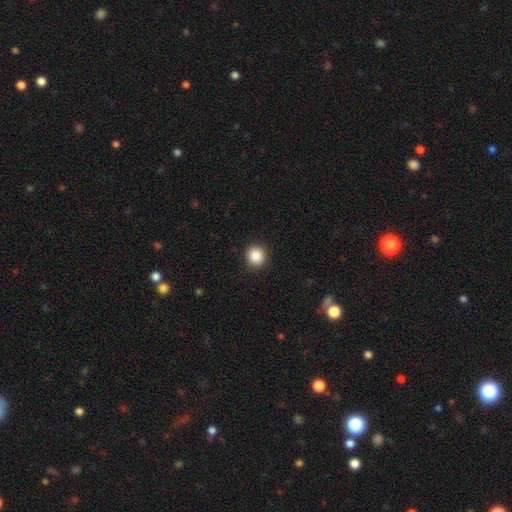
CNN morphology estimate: A smooth galaxy with no disk features (87%) that is round (91%). Merging: none (92%).